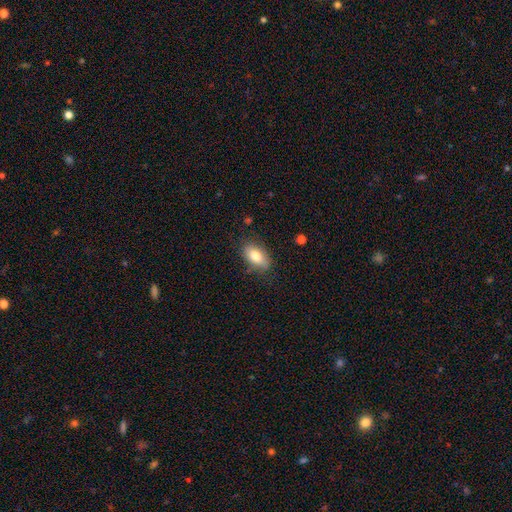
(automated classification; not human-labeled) Overall: smooth (78%). How rounded: in between (89%). Merging: none (79%).